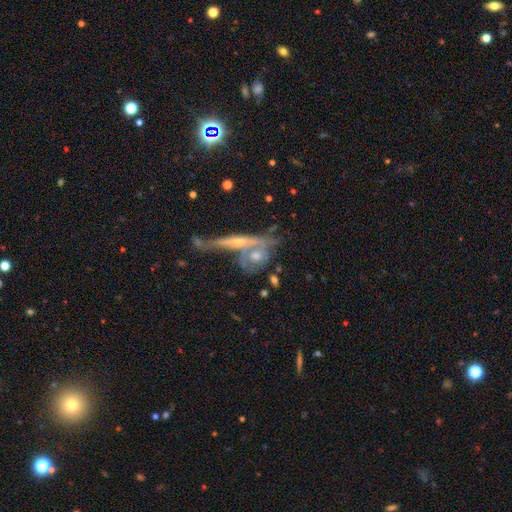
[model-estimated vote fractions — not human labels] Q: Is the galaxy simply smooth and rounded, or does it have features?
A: featured or disk — 56%.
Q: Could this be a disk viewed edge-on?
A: yes — 57%.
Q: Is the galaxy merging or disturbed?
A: merger — 42%.